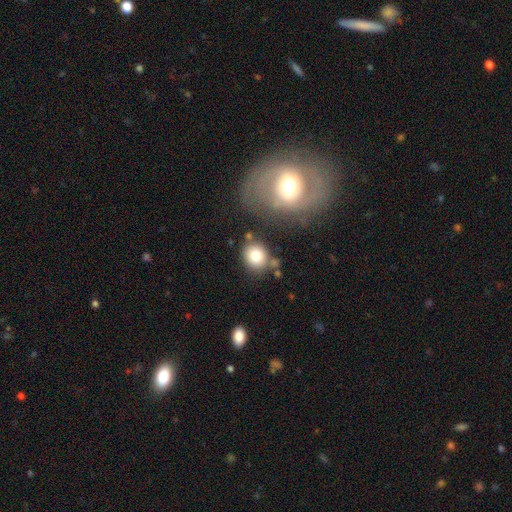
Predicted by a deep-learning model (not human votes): Smooth or featured? smooth (80%)
How rounded? round (74%)
Merging? none (70%)